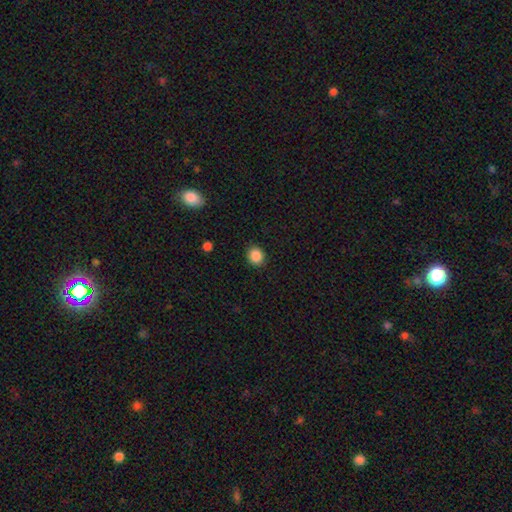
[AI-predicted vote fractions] smooth 88%, star or artifact 9%, featured or disk 3%. Down the decision tree: how rounded — round (76%); merging — none (90%).